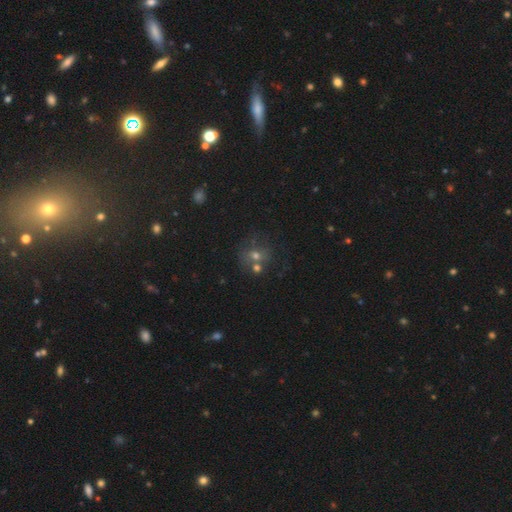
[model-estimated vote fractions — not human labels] A smooth galaxy with no disk features (50%). Merging: none (48%).